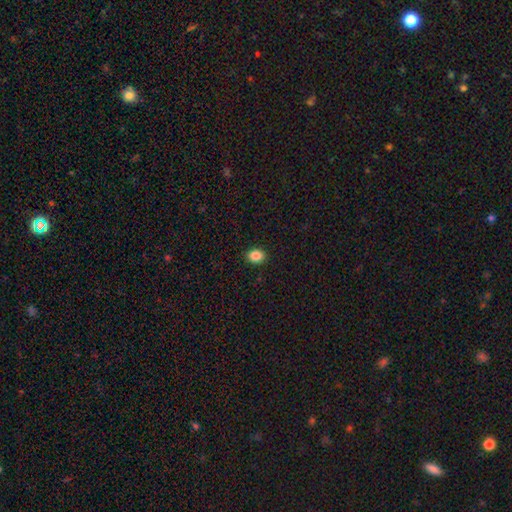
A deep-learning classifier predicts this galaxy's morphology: smooth-or-featured: smooth: 86% | star or artifact: 10% | featured or disk: 4%
  how-rounded: in between: 61% | round: 38% | cigar-shaped: 1%
  merging: none: 91% | minor disturbance: 6% | major disturbance: 2% | merger: 1%